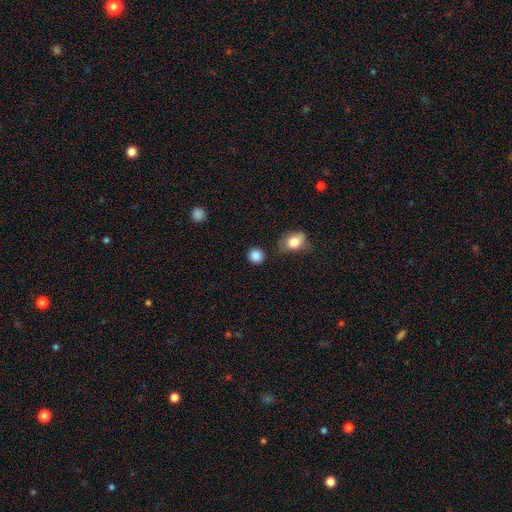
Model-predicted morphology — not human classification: Q: Smooth or featured?
A: smooth (87%); runner-up: star or artifact (10%)
Q: How rounded?
A: round (87%); runner-up: in between (12%)
Q: Merging?
A: none (82%); runner-up: minor disturbance (11%)